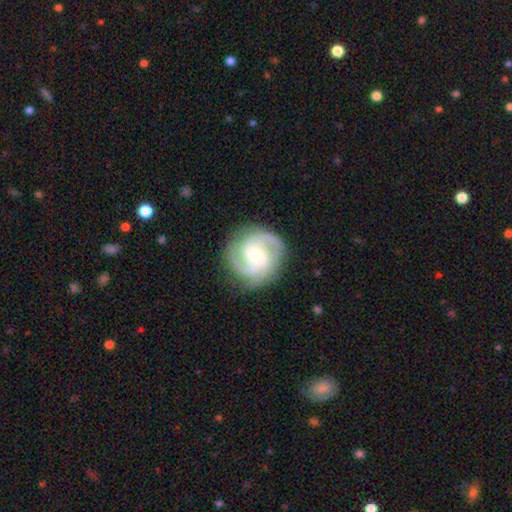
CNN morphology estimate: smooth-or-featured: featured or disk: 88% | smooth: 8% | star or artifact: 4%
  disk-edge-on: no: 98% | yes: 2%
    bar: weak: 53% | no: 24% | strong: 24%
    has-spiral-arms: yes: 97% | no: 3%
      spiral-winding: tight: 49% | medium: 43% | loose: 9%
      spiral-arm-count: 2: 44% | 3: 36% | can't tell: 8% | 4: 4% | 1: 3% | more than 4: 3%
    bulge-size: moderate: 57% | small: 37% | large: 4% | none: 1% | dominant: 1%
  merging: none: 84% | minor disturbance: 11% | major disturbance: 4% | merger: 1%